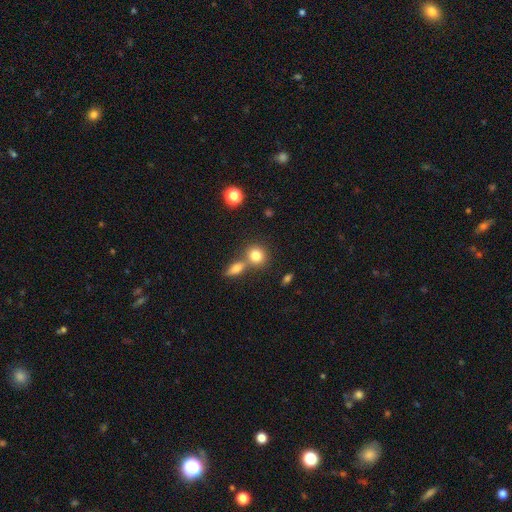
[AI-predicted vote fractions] A smooth galaxy with no disk features (81%) that is round (76%).

Vote fractions:
- Smooth or featured? smooth: 81% / star or artifact: 10% / featured or disk: 9%
- How rounded? round: 76% / in between: 22% / cigar-shaped: 2%
- Merging? none: 52% / merger: 36% / minor disturbance: 9% / major disturbance: 3%